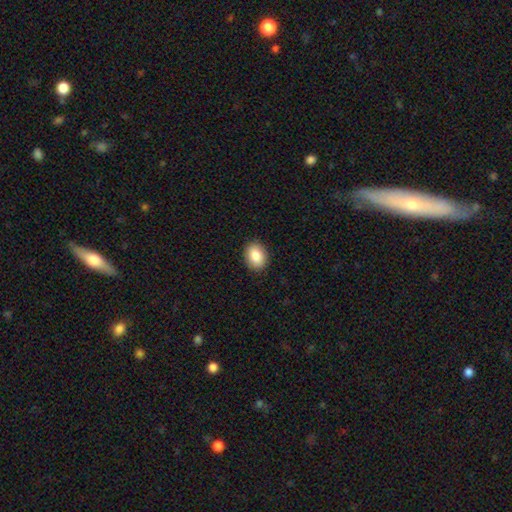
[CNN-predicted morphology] Overall: smooth (87%). How rounded: in between (67%; round 32%). Merging: none (90%).